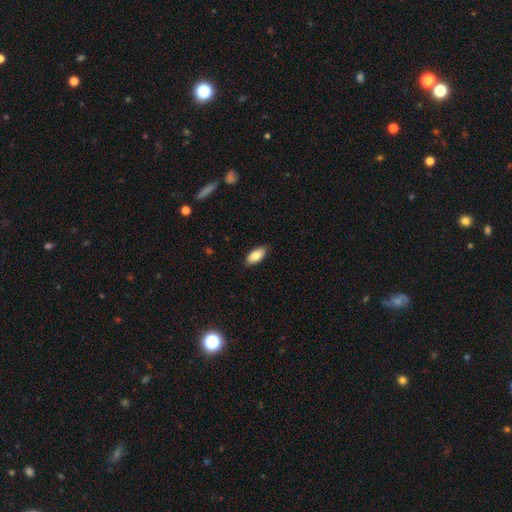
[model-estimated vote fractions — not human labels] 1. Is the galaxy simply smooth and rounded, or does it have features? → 83% smooth, 11% featured or disk, 6% star or artifact.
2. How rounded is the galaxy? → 92% in between, 6% cigar-shaped, 3% round.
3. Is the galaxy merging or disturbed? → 85% none, 12% minor disturbance, 2% major disturbance, 1% merger.